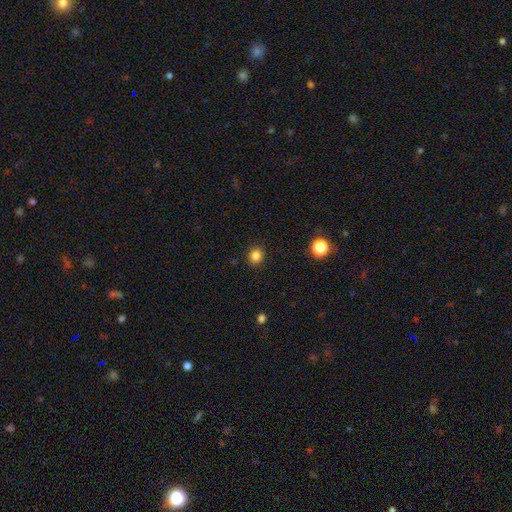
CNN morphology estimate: smooth-or-featured: smooth: 83% | star or artifact: 12% | featured or disk: 4%
  how-rounded: round: 81% | in between: 18% | cigar-shaped: 1%
  merging: none: 90% | minor disturbance: 7% | major disturbance: 2% | merger: 1%